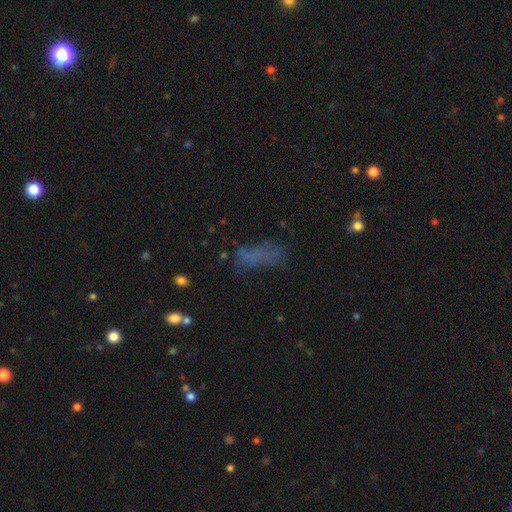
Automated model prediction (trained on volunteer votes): Smooth or featured?
  - smooth: 57% *
  - star or artifact: 23%
  - featured or disk: 20%
How rounded?
  - in between: 66% *
  - cigar-shaped: 29%
  - round: 5%
Merging?
  - none: 48% *
  - major disturbance: 25%
  - minor disturbance: 23%
  - merger: 5%